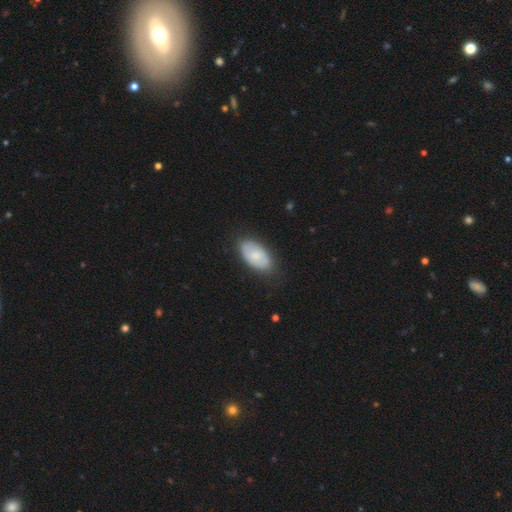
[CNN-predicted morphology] This appears to be a smooth galaxy with no disk features (64%) that is in between round and cigar-shaped (94%). Merging: none (76%).